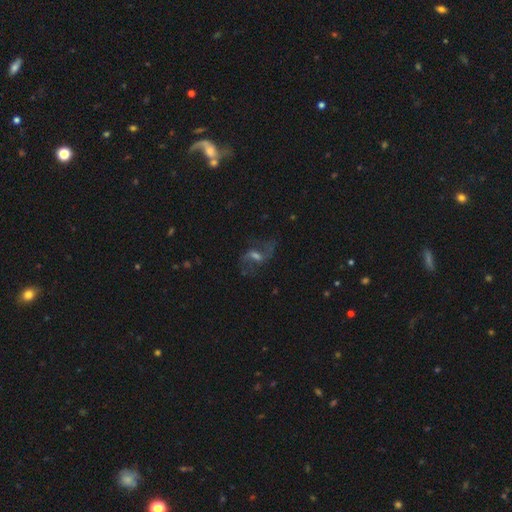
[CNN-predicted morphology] A featured or disk galaxy (73%) with a weak bar (53%), 2 (87%) loose (71%) spiral arms (90%) and a moderate central bulge (44%).

Vote fractions:
- Smooth or featured? featured or disk: 73% / smooth: 15% / star or artifact: 12%
- Edge-on disk? no: 95% / yes: 5%
- Bar? weak: 53% / no: 23% / strong: 23%
- Spiral arms? yes: 90% / no: 10%
- Spiral winding? loose: 71% / medium: 24% / tight: 5%
- Spiral arm count? 2: 87% / can't tell: 5% / 1: 3% / 3: 2% / 4: 1% / more than 4: 1%
- Bulge size? moderate: 44% / small: 31% / none: 13% / large: 10% / dominant: 2%
- Merging? none: 66% / major disturbance: 16% / minor disturbance: 15% / merger: 2%